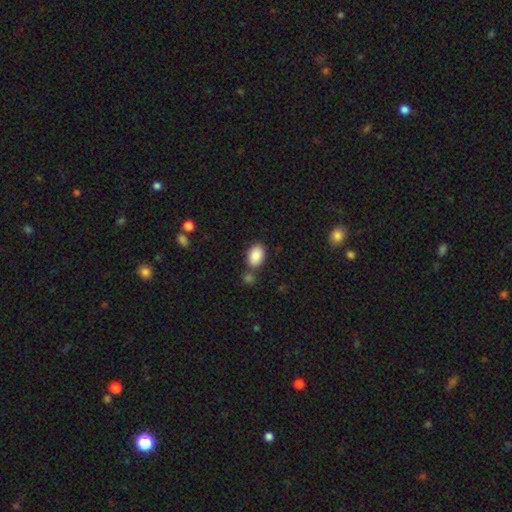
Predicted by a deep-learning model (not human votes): The model was most divided on "merging": none: 66%, merger: 16%, minor disturbance: 14%, major disturbance: 4%. More confident: smooth or featured — smooth (88%); how rounded — in between (85%).